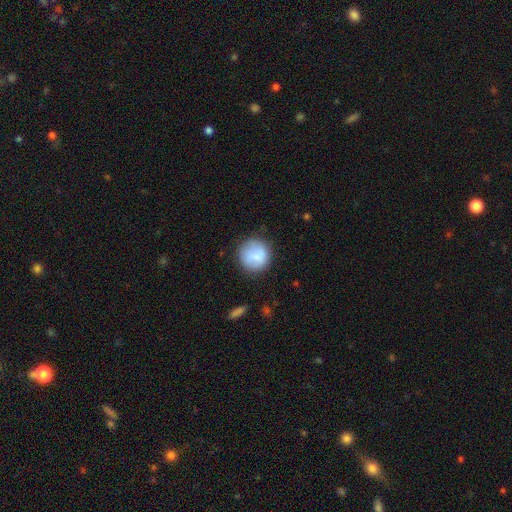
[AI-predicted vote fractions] Morphology: type=smooth (82%); roundness=round (92%); merging=none (80%).